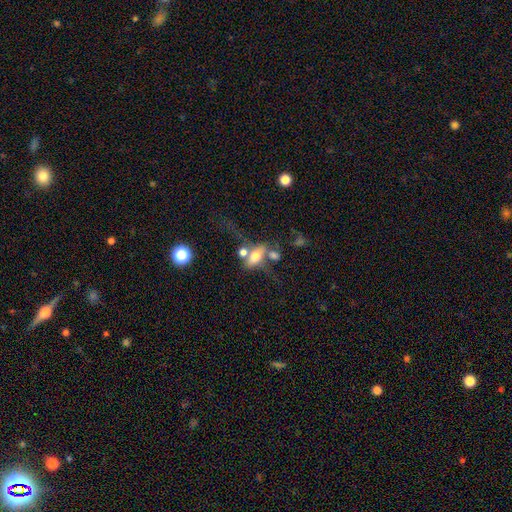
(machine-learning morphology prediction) A smooth galaxy with no disk features (52%) that is in between round and cigar-shaped (74%). Merging: merger (34%).